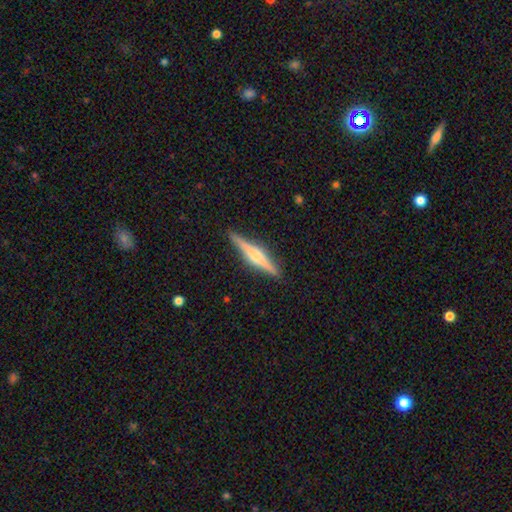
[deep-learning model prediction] Smooth or featured: featured or disk — 69% (smooth — 26%)
Edge-on disk: yes — 98% (no — 2%)
Edge-on bulge: rounded — 75% (boxy — 15%)
Merging: none — 90% (minor disturbance — 7%)